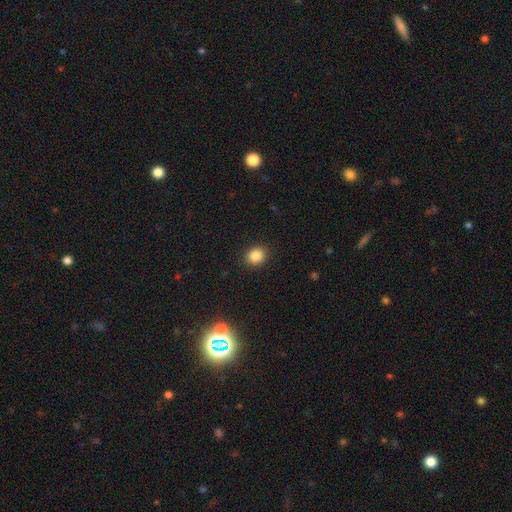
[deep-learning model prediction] This appears to be a smooth galaxy with no disk features (86%) that is round (70%). Merging: none (90%).